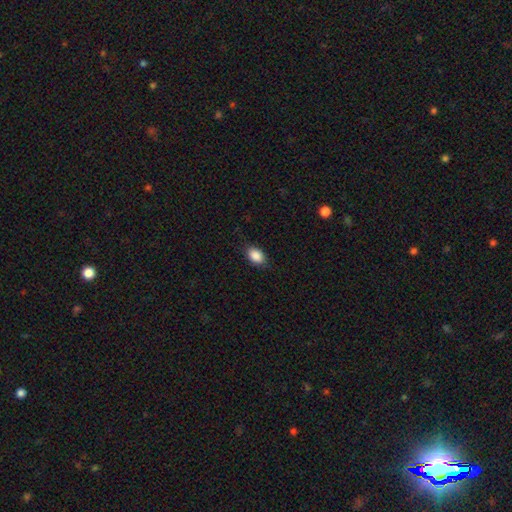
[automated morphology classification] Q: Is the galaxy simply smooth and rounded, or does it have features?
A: smooth — 89%.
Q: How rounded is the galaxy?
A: in between — 83%.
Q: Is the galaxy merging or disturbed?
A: none — 83%.